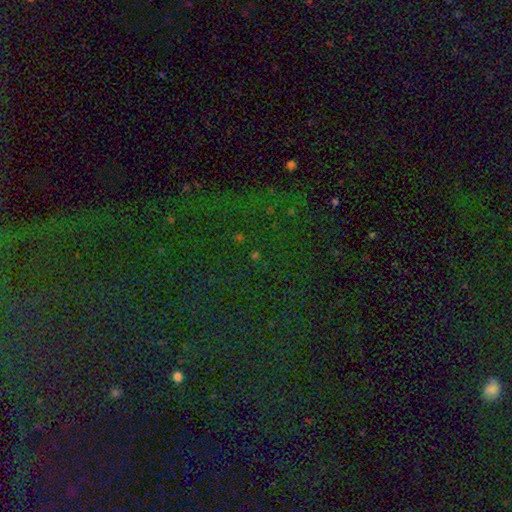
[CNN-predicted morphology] Smooth or featured? Predicted: star or artifact (p=0.70).